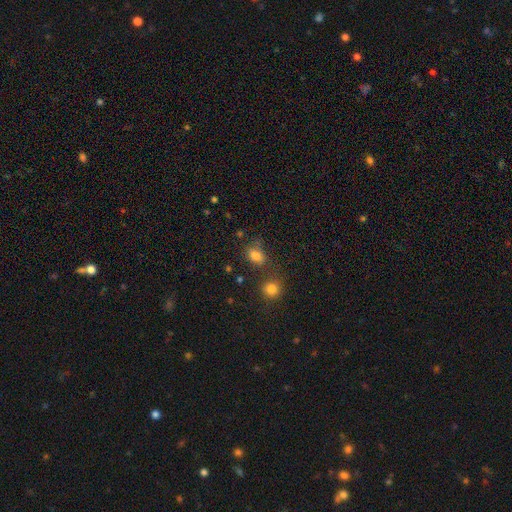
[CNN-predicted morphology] Q: Smooth or featured?
A: smooth (79%); runner-up: star or artifact (14%)
Q: How rounded?
A: in between (69%); runner-up: round (30%)
Q: Merging?
A: none (58%); runner-up: minor disturbance (19%)